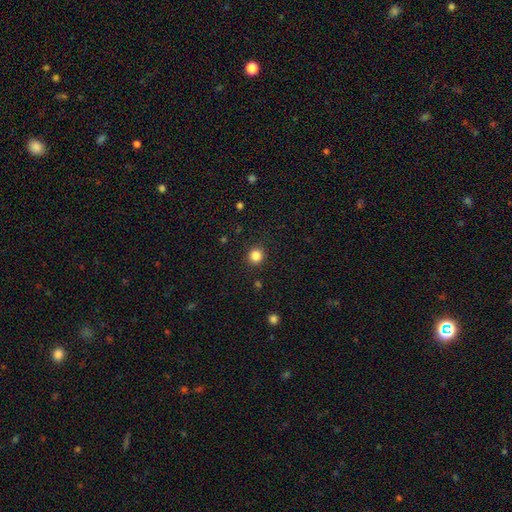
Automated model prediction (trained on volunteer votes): smooth-or-featured: smooth: 84% | star or artifact: 12% | featured or disk: 4%
  how-rounded: round: 92% | in between: 7% | cigar-shaped: 1%
  merging: none: 91% | minor disturbance: 6% | major disturbance: 2% | merger: 1%